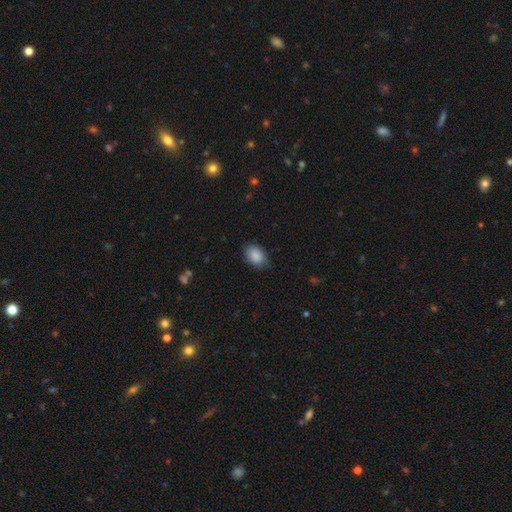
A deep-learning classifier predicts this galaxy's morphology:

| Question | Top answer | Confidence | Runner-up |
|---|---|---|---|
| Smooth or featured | smooth | 89% | star or artifact (7%) |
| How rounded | in between | 81% | round (18%) |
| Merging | none | 80% | minor disturbance (16%) |